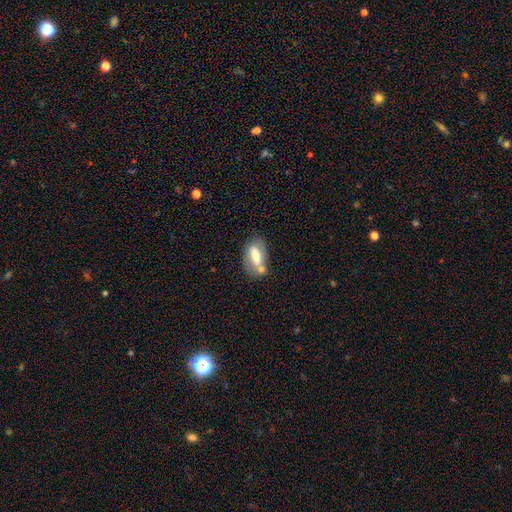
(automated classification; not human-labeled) This is possibly a smooth galaxy (56%). How rounded: likely in between (79%). Merging: possibly none (56%).